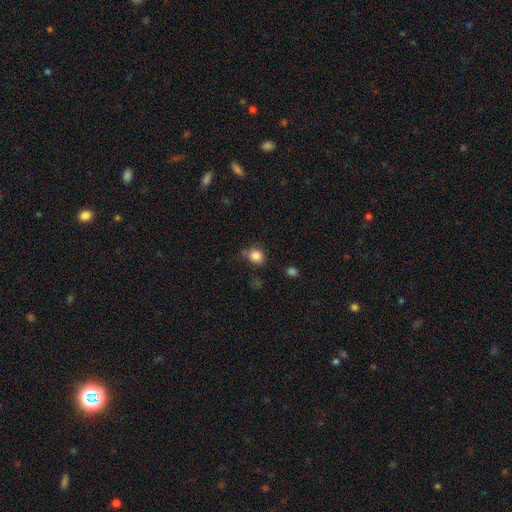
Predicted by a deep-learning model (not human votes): Smooth or featured?
  - smooth: 84% *
  - star or artifact: 11%
  - featured or disk: 6%
How rounded?
  - round: 73% *
  - in between: 26%
  - cigar-shaped: 1%
Merging?
  - none: 70% *
  - minor disturbance: 20%
  - major disturbance: 5%
  - merger: 5%